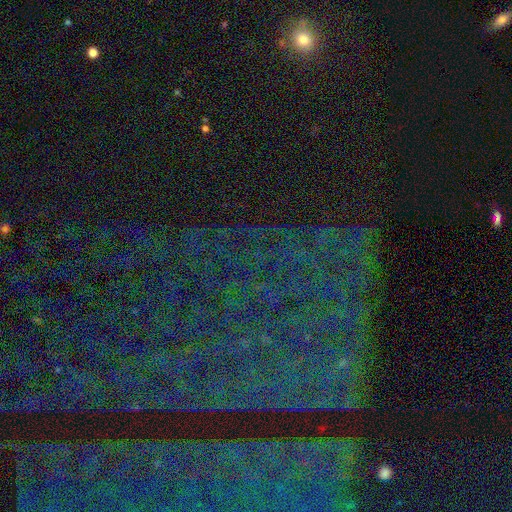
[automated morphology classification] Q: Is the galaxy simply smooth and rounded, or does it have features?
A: star or artifact — 82%.